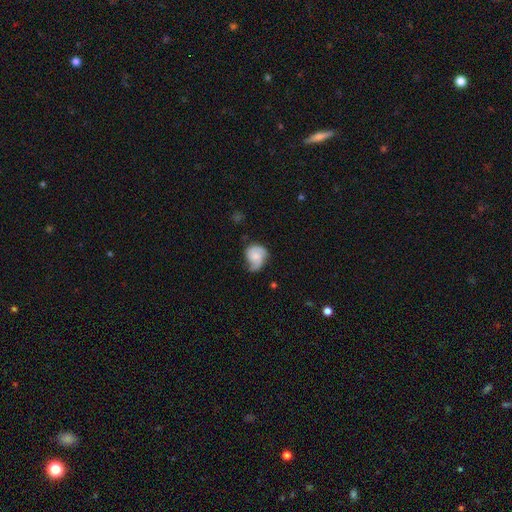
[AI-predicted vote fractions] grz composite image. It shows a featured or disk galaxy (59%) with no bar (68%), 2 (63%) medium (43%) spiral arms (91%) and a small central bulge (45%). Merging: none (48%).